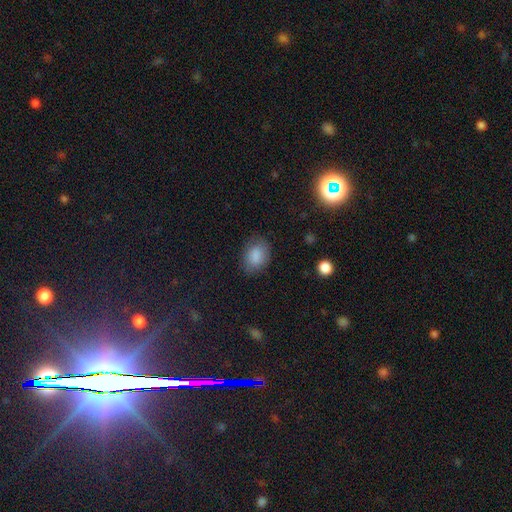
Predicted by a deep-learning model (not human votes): This is clearly a smooth galaxy (85%). How rounded: likely in between (73%). Merging: likely none (75%).